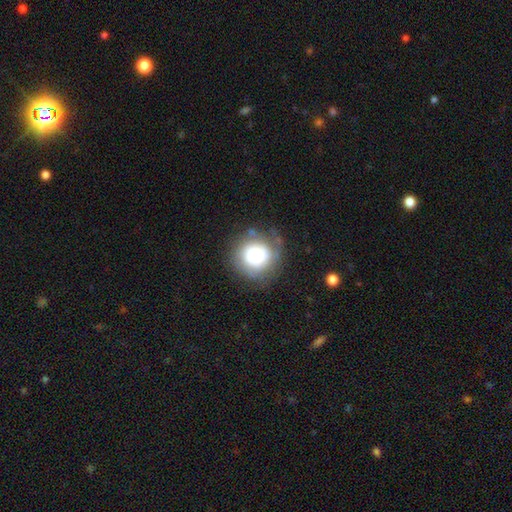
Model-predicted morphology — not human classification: This appears to be a smooth galaxy with no disk features (66%) that is round (91%). Merging: none (69%).